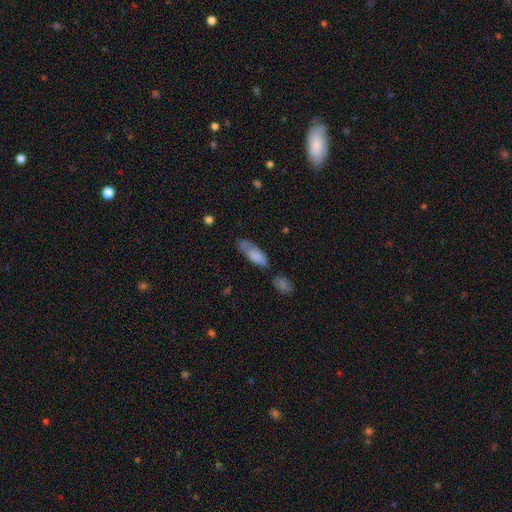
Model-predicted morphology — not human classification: Smooth or featured? Predicted: smooth (p=0.81). How rounded? Predicted: in between (p=0.68). Merging? Predicted: none (p=0.48).